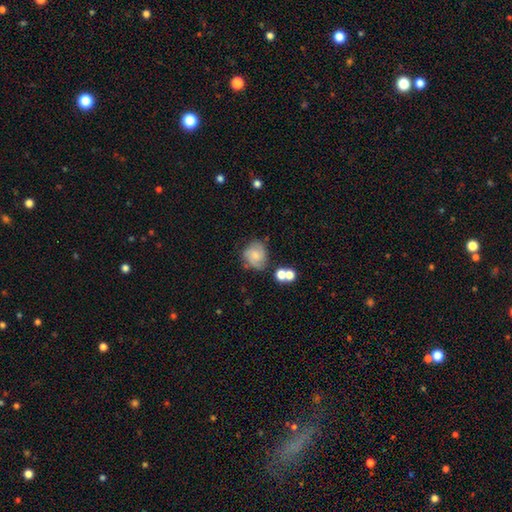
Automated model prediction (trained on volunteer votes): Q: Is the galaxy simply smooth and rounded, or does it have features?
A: featured or disk — 46%.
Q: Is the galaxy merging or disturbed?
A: none — 60%.